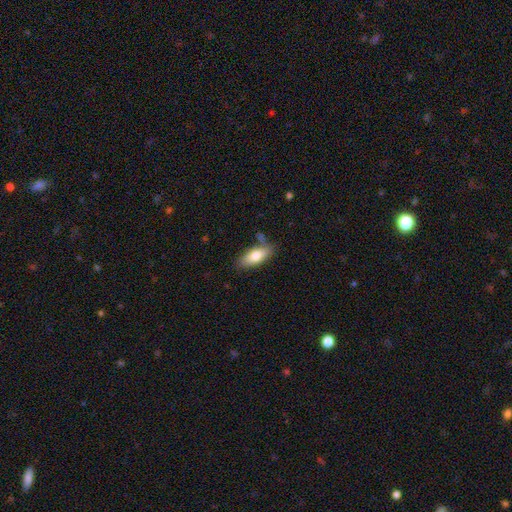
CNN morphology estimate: This appears to be a smooth galaxy with no disk features (74%) that is in between round and cigar-shaped (77%). Merging: none (73%).